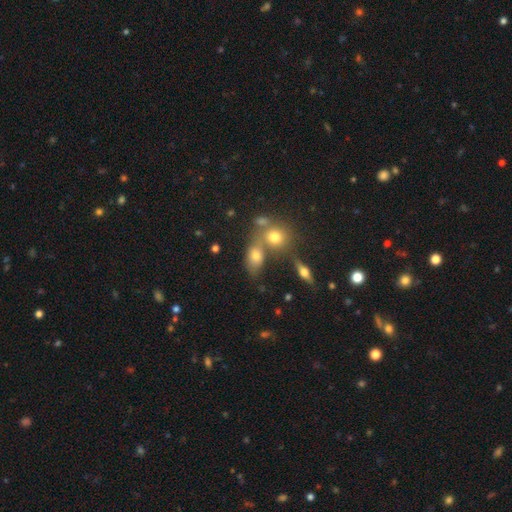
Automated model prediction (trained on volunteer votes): This is likely a smooth galaxy (68%). How rounded: likely in between (71%). Merging: possibly none (48%).